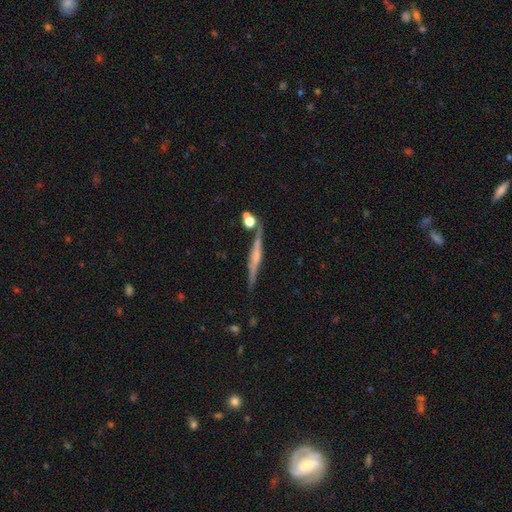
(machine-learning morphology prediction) A featured or disk galaxy (71%) viewed edge-on (97%) with a rounded central bulge (55%). Merging: none (80%).